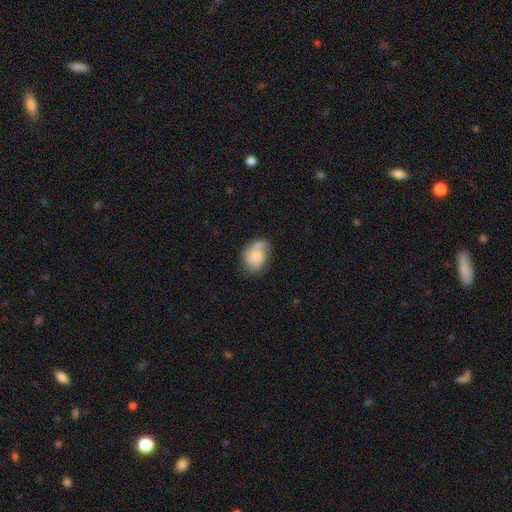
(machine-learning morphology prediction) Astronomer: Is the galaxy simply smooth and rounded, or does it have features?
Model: smooth — 61%.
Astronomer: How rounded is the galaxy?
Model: in between — 68%.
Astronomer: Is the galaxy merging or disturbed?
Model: none — 50% (runner-up: minor disturbance, 30%).